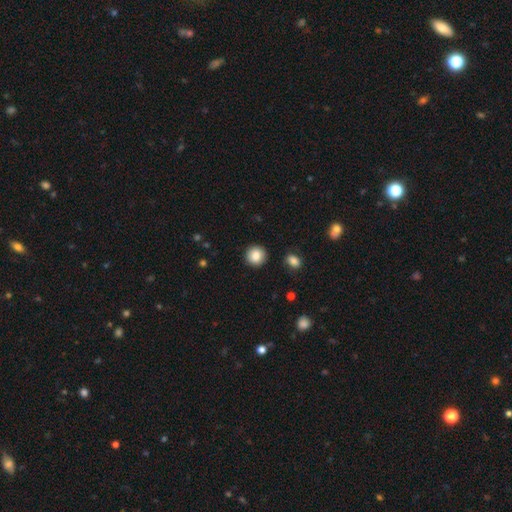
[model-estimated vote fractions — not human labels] This is clearly a smooth galaxy (85%). How rounded: clearly round (93%). Merging: clearly none (91%).